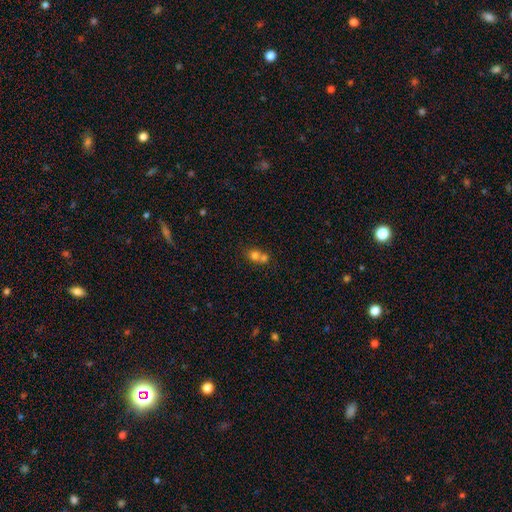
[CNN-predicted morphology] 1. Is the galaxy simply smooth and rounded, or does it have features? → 70% smooth, 15% star or artifact, 15% featured or disk.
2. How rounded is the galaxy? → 74% round, 25% in between, 1% cigar-shaped.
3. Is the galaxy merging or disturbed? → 59% merger, 33% none, 6% minor disturbance, 3% major disturbance.